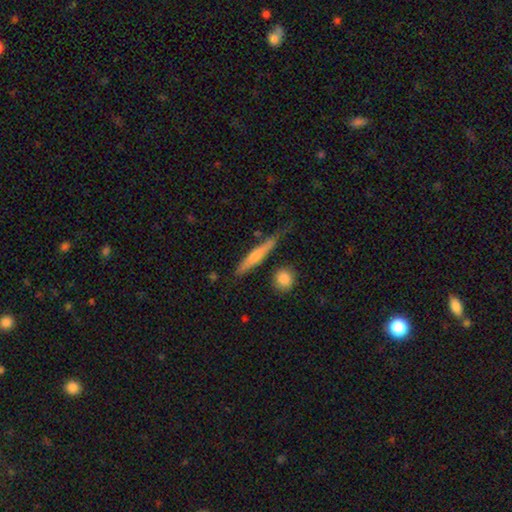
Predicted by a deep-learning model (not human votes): smooth 52%, featured or disk 43%, star or artifact 6%. Down the decision tree: how rounded — cigar-shaped (91%); merging — none (71%).